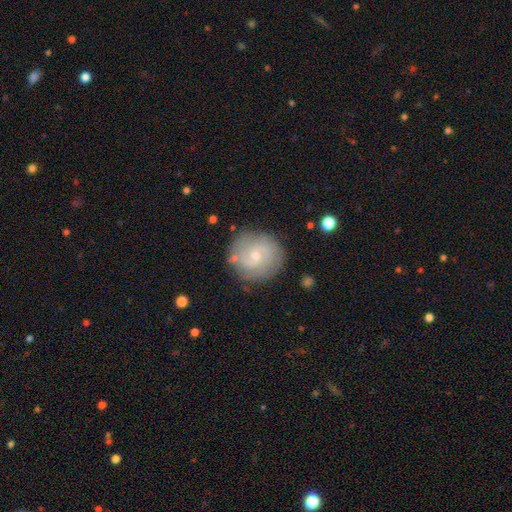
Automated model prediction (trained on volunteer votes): A featured or disk galaxy (70%) with no bar (61%), 2 (54%) tight (51%) spiral arms (91%) and a small central bulge (72%).

Vote fractions:
- Smooth or featured? featured or disk: 70% / smooth: 23% / star or artifact: 7%
- Edge-on disk? no: 98% / yes: 2%
- Bar? no: 61% / weak: 35% / strong: 4%
- Spiral arms? yes: 91% / no: 9%
- Spiral winding? tight: 51% / medium: 37% / loose: 12%
- Spiral arm count? 2: 54% / can't tell: 23% / 3: 12% / 4: 4% / 1: 4% / more than 4: 3%
- Bulge size? small: 72% / moderate: 24% / none: 2% / large: 1% / dominant: 1%
- Merging? none: 81% / minor disturbance: 13% / major disturbance: 4% / merger: 2%